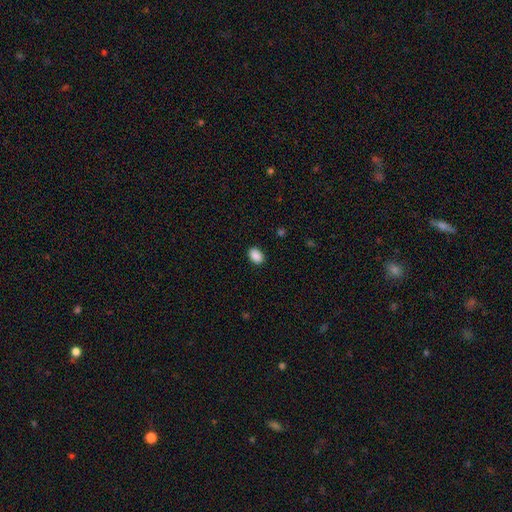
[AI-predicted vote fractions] This appears to be a smooth galaxy with no disk features (90%) that is in between round and cigar-shaped (82%). Merging: none (89%).